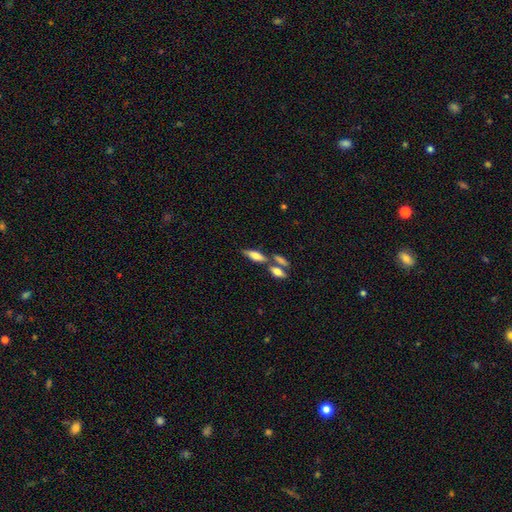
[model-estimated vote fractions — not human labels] Q: Smooth or featured?
A: smooth (60%); runner-up: featured or disk (32%)
Q: How rounded?
A: in between (65%); runner-up: cigar-shaped (32%)
Q: Merging?
A: none (52%); runner-up: merger (33%)